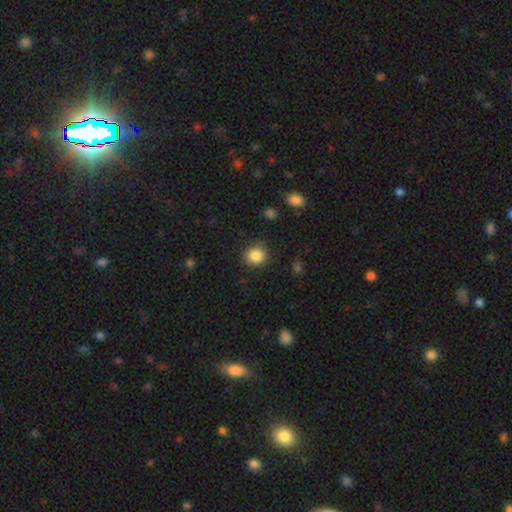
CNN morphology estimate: smooth-or-featured: smooth: 86% | star or artifact: 10% | featured or disk: 4%
  how-rounded: round: 86% | in between: 13% | cigar-shaped: 1%
  merging: none: 87% | minor disturbance: 9% | major disturbance: 3% | merger: 1%